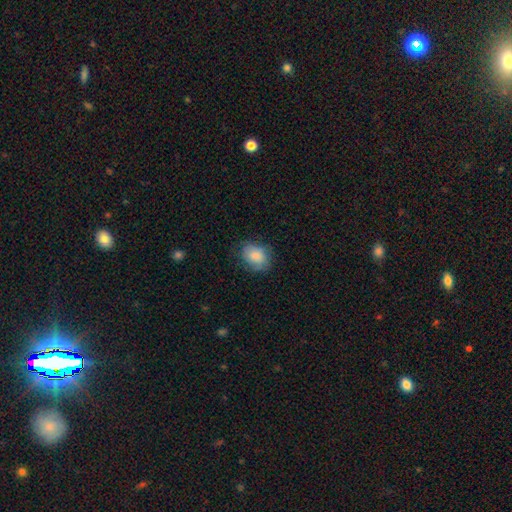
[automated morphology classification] Overall: smooth (82%). How rounded: in between (63%; round 36%). Merging: none (73%).